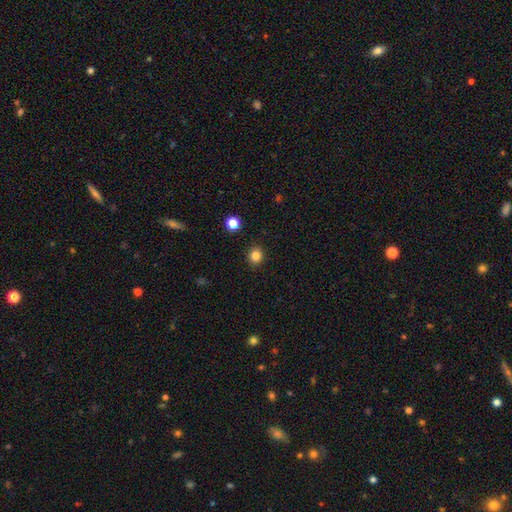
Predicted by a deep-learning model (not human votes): A smooth galaxy with no disk features (84%) that is round (82%). Merging: none (91%).